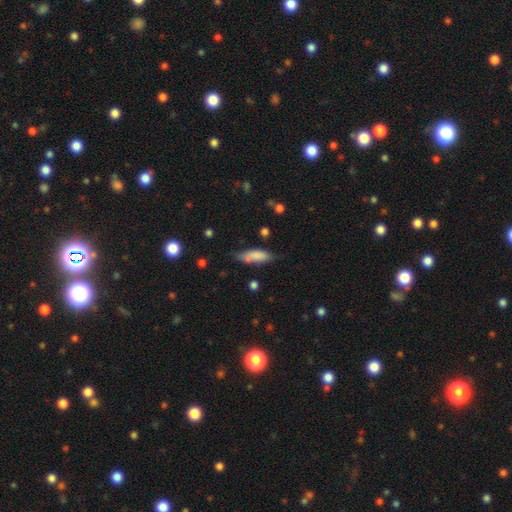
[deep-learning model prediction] This appears to be a smooth galaxy with no disk features (81%) that is in between round and cigar-shaped (62%). Merging: none (58%).